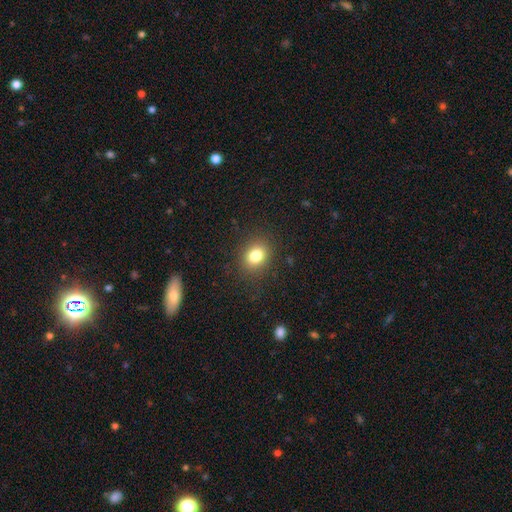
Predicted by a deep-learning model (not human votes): Overall: smooth (81%). How rounded: round (53%; in between 46%). Merging: none (86%).